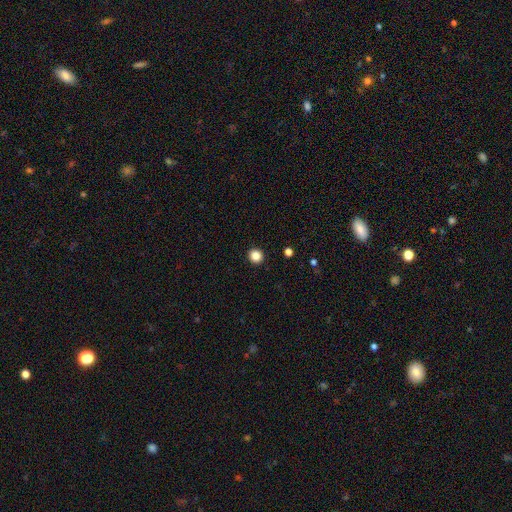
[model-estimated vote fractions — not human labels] This is clearly a smooth galaxy (85%). How rounded: clearly round (93%). Merging: clearly none (93%).